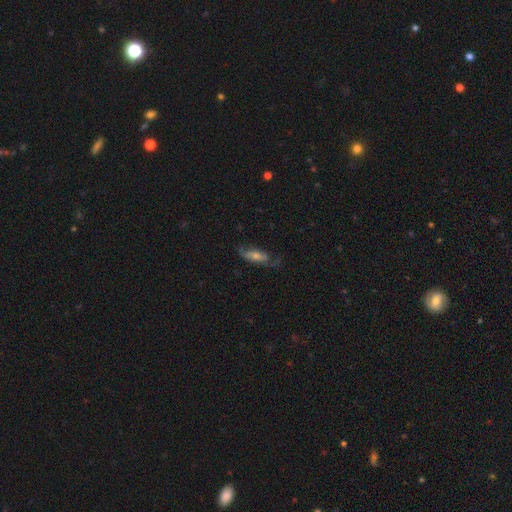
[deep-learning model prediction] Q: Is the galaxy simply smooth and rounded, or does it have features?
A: featured or disk — 55%.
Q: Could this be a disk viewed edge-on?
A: no — 74%.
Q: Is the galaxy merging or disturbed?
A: none — 59%.